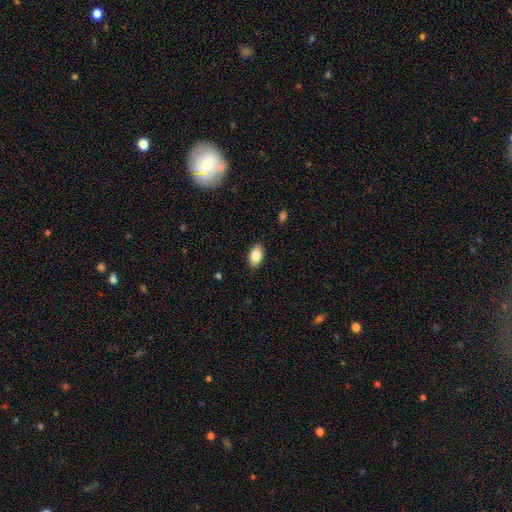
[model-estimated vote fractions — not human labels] smooth 84%, featured or disk 9%, star or artifact 7%. Down the decision tree: how rounded — in between (92%); merging — none (88%).